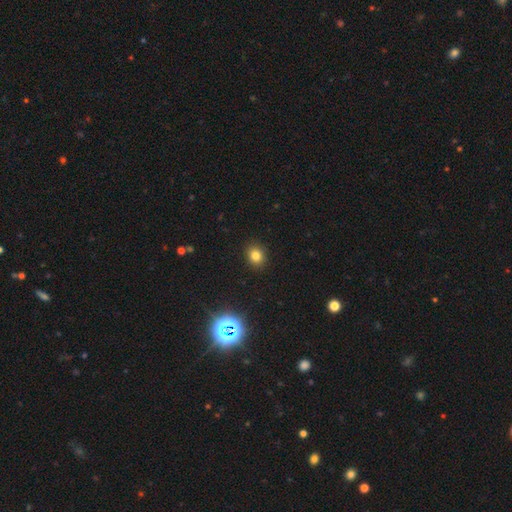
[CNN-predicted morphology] This appears to be a smooth galaxy with no disk features (79%) that is round (65%). Merging: none (90%).